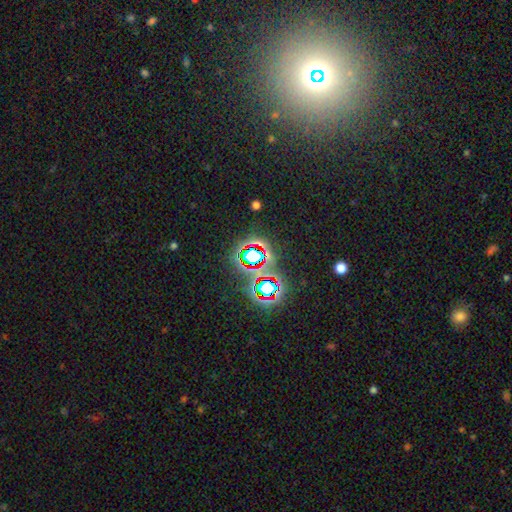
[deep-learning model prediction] Smooth or featured? star or artifact (75%)